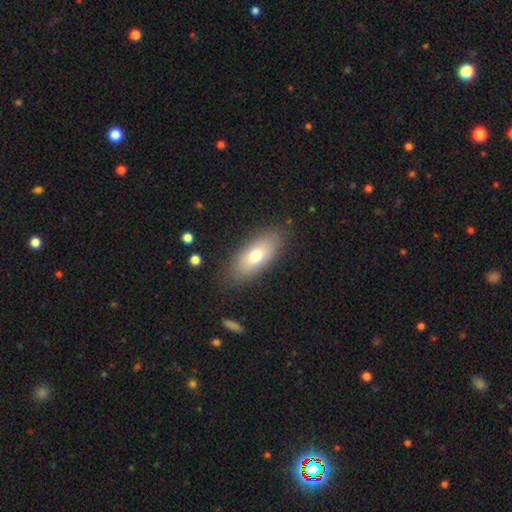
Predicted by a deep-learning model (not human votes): Smooth or featured? Predicted: smooth (p=0.71). How rounded? Predicted: in between (p=0.81). Merging? Predicted: none (p=0.83).